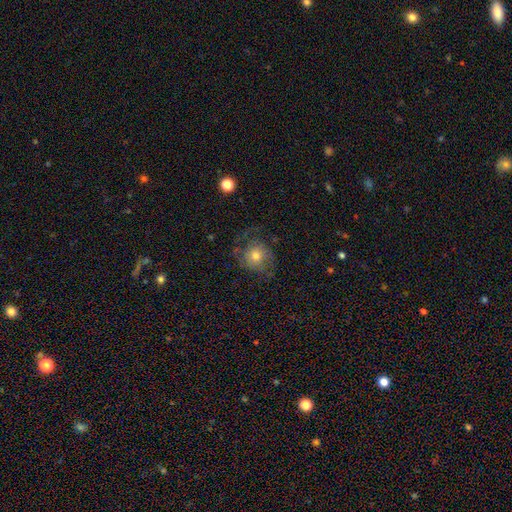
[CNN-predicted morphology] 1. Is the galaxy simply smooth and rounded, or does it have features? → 47% featured or disk, 43% smooth, 10% star or artifact.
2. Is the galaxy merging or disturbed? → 55% none, 23% major disturbance, 21% minor disturbance, 2% merger.